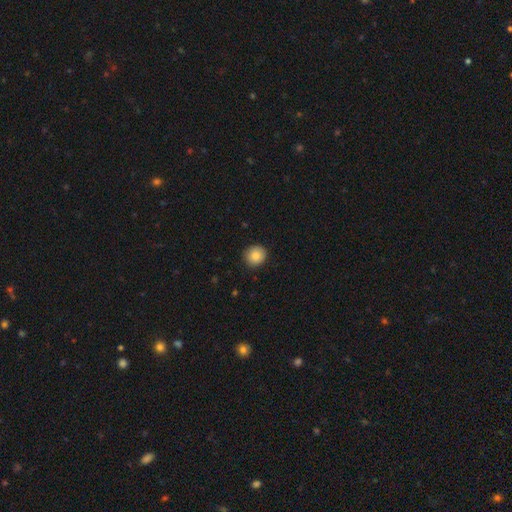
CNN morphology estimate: type=smooth (86%); roundness=round (88%); merging=none (90%).